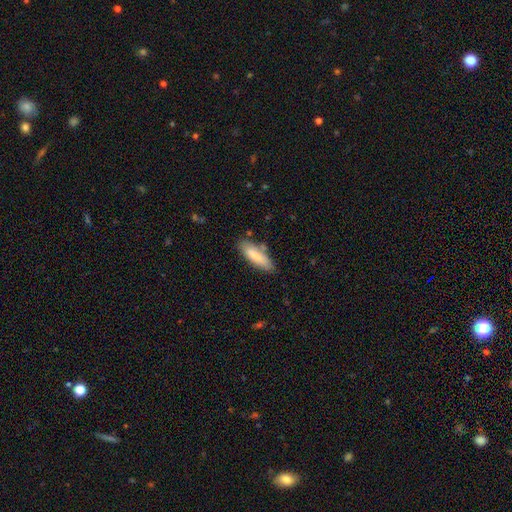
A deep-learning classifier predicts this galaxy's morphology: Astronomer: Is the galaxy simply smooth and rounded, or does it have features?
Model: smooth — 78%.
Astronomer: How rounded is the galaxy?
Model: in between — 51% (runner-up: cigar-shaped, 47%).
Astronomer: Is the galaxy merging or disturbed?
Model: none — 76%.